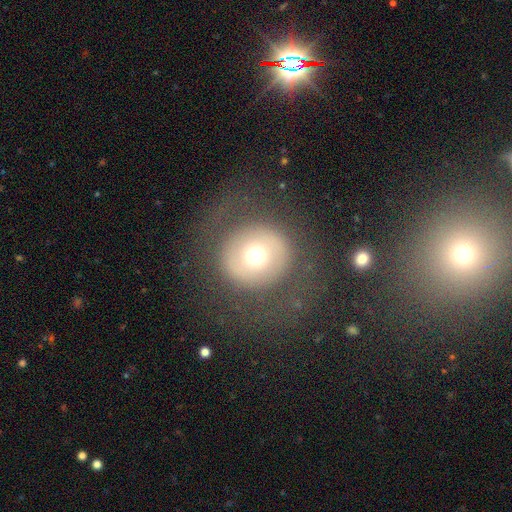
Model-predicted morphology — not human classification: type=smooth (58%); roundness=round (90%); merging=none (76%).